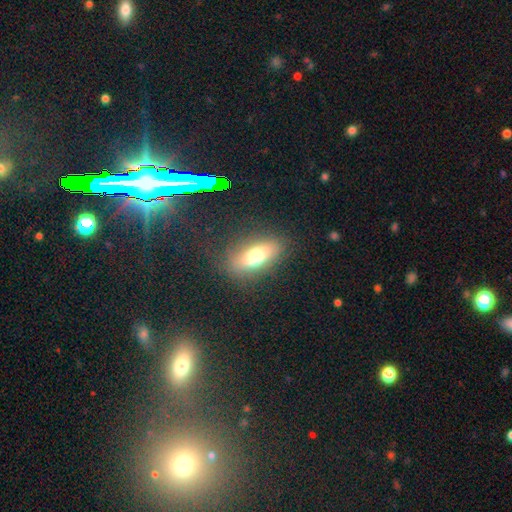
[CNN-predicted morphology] type=smooth (68%); roundness=in between (77%); merging=none (78%).